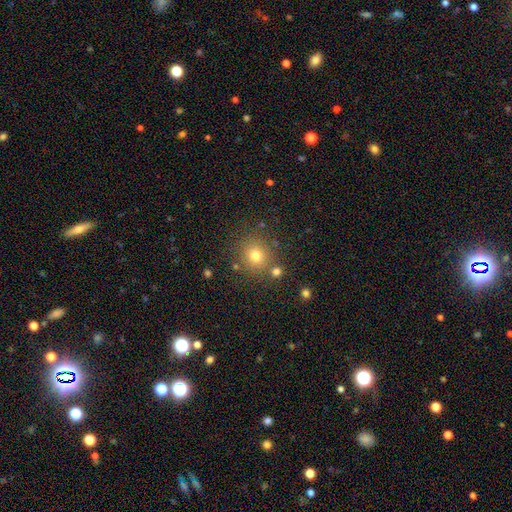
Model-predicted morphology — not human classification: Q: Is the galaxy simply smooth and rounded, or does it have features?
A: smooth — 75%.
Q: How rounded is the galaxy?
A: round — 88%.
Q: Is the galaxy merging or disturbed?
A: none — 80%.